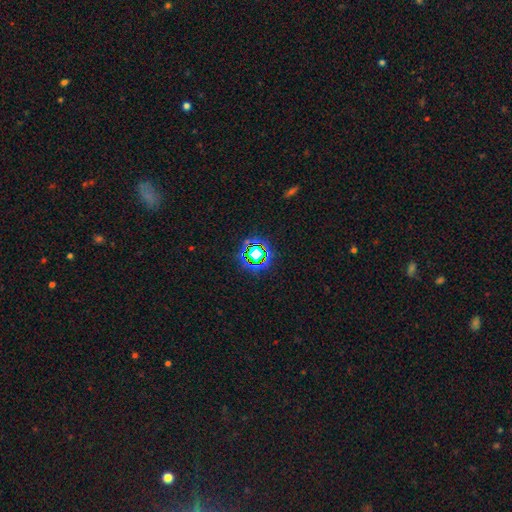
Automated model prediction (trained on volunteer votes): Smooth or featured: star or artifact — 67% (smooth — 21%)